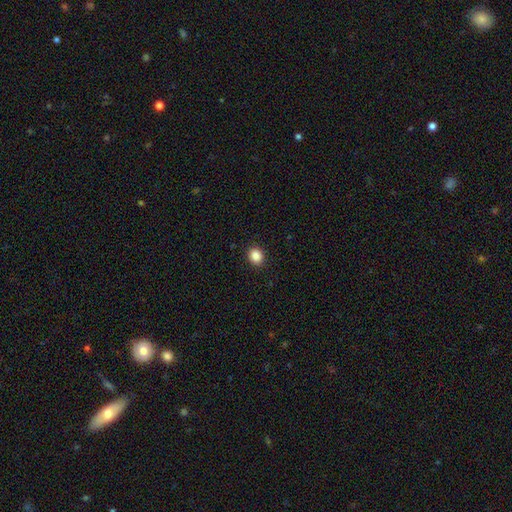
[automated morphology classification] Smooth or featured? smooth (86%)
How rounded? round (70%)
Merging? none (92%)